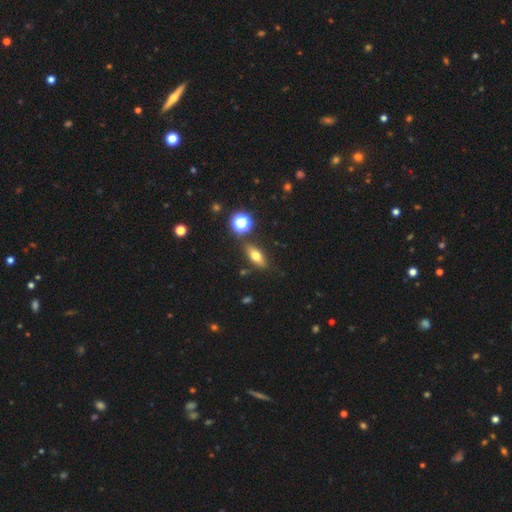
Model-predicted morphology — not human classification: A smooth galaxy with no disk features (61%) that is in between round and cigar-shaped (65%).

Vote fractions:
- Smooth or featured? smooth: 61% / featured or disk: 27% / star or artifact: 13%
- How rounded? in between: 65% / cigar-shaped: 25% / round: 11%
- Merging? none: 83% / minor disturbance: 10% / merger: 4% / major disturbance: 3%